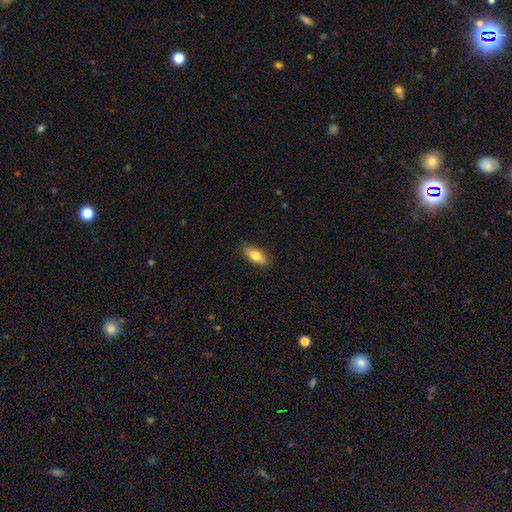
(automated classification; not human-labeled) This is likely a smooth galaxy (78%). How rounded: likely in between (77%). Merging: clearly none (86%).